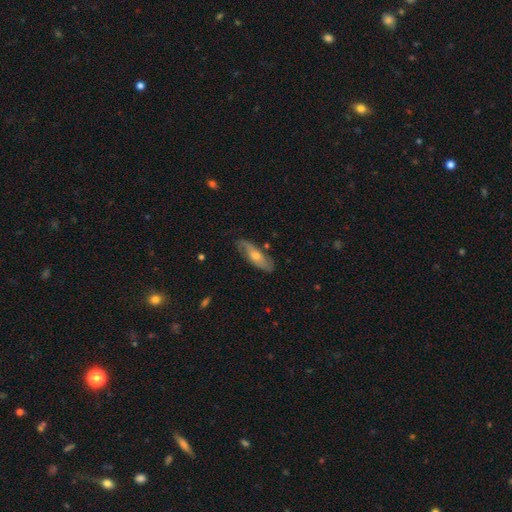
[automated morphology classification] featured or disk 52%, smooth 42%, star or artifact 6%. Down the decision tree: edge-on disk — no (68%); merging — none (76%).